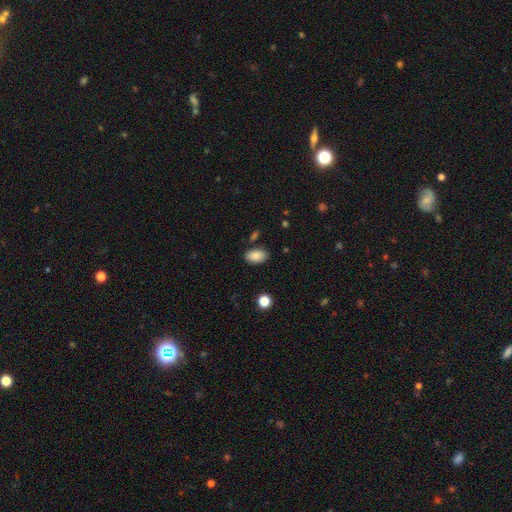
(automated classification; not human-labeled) Q: Smooth or featured?
A: smooth (86%); runner-up: star or artifact (8%)
Q: How rounded?
A: in between (92%); runner-up: round (7%)
Q: Merging?
A: none (83%); runner-up: minor disturbance (11%)